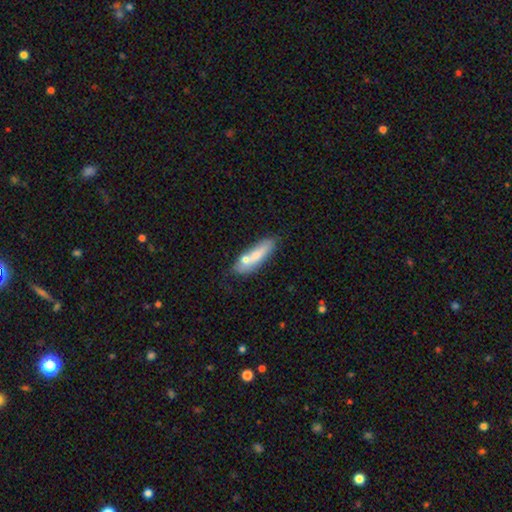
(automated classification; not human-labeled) smooth_or_featured: smooth (p=0.68) [alt: featured or disk p=0.25]
how_rounded: cigar-shaped (p=0.54) [alt: in between p=0.43]
merging: none (p=0.53) [alt: merger p=0.24]